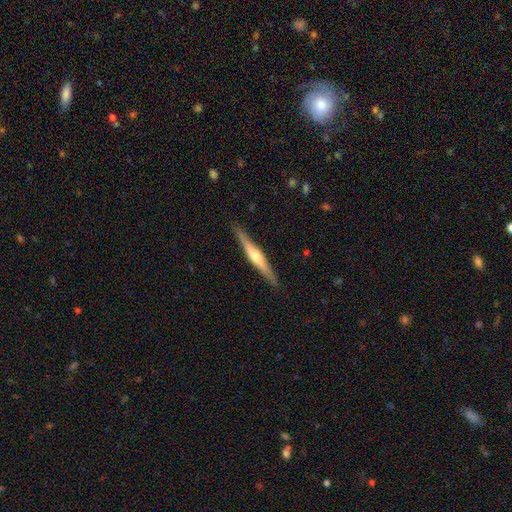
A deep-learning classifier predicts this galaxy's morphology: smooth_or_featured: featured or disk (p=0.68) [alt: smooth p=0.27]
disk_edge_on: yes (p=0.98) [alt: no p=0.02]
edge_on_bulge: rounded (p=0.83) [alt: none p=0.11]
merging: none (p=0.90) [alt: minor disturbance p=0.07]